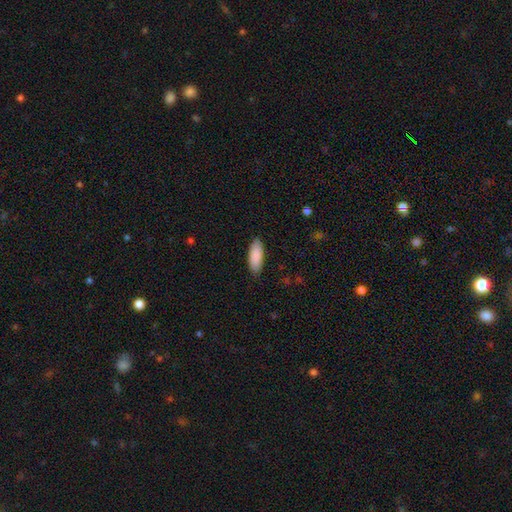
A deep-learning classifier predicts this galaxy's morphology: This is clearly a smooth galaxy (90%). How rounded: likely in between (73%). Merging: clearly none (88%).